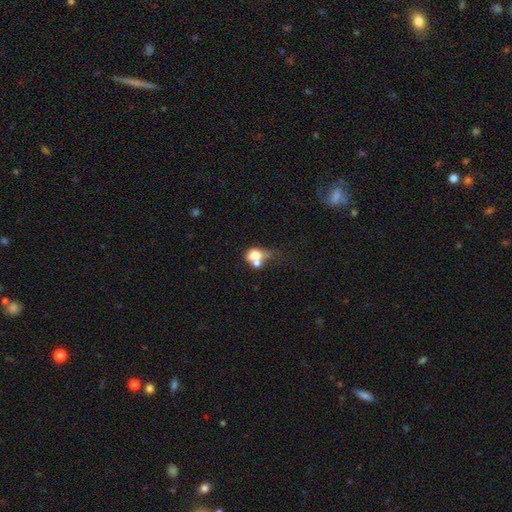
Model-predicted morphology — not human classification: Smooth or featured? Predicted: smooth (p=0.68). How rounded? Predicted: in between (p=0.49, tied with round). Merging? Predicted: merger (p=0.55).